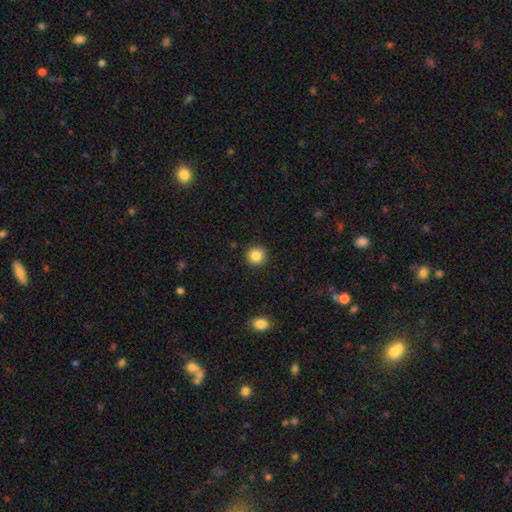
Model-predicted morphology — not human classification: smooth-or-featured: smooth: 86% | star or artifact: 10% | featured or disk: 4%
  how-rounded: round: 94% | in between: 5% | cigar-shaped: 1%
  merging: none: 92% | minor disturbance: 5% | major disturbance: 2% | merger: 1%